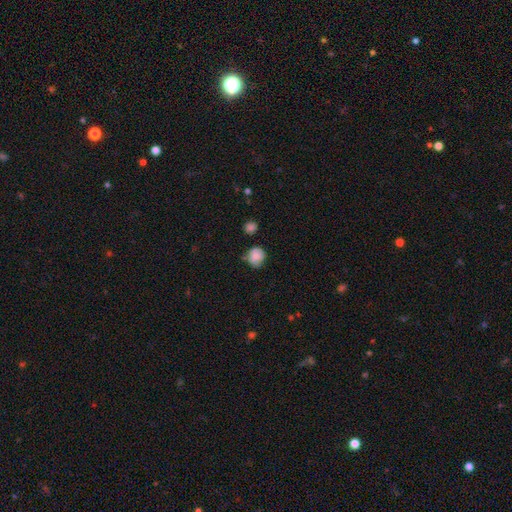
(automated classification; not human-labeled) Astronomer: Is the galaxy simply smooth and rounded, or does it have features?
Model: smooth — 78%.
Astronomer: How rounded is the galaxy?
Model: round — 71%.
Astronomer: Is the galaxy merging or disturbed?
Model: none — 53% (runner-up: minor disturbance, 31%).